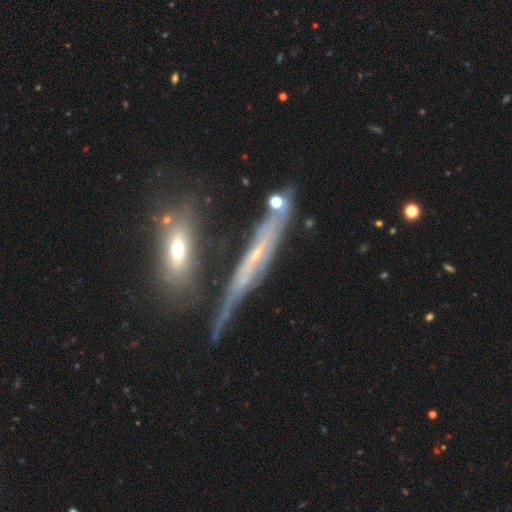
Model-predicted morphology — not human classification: Smooth or featured: featured or disk — 69% (smooth — 21%)
Edge-on disk: yes — 73% (no — 27%)
Edge-on bulge: none — 59% (rounded — 35%)
Merging: none — 62% (minor disturbance — 20%)